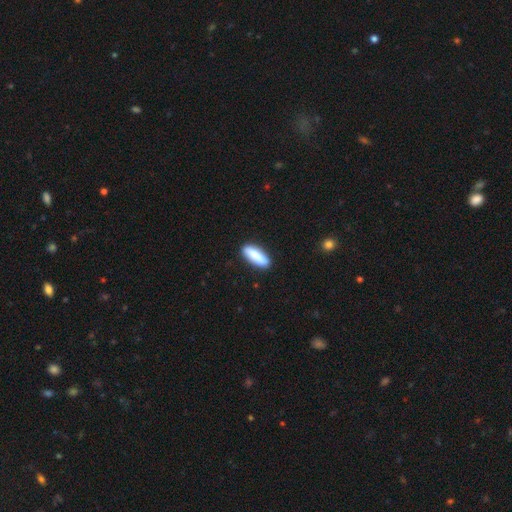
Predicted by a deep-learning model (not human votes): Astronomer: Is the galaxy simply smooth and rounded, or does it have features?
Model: smooth — 87%.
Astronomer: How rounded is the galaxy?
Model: in between — 55% (runner-up: cigar-shaped, 43%).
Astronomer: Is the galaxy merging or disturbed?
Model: none — 88%.